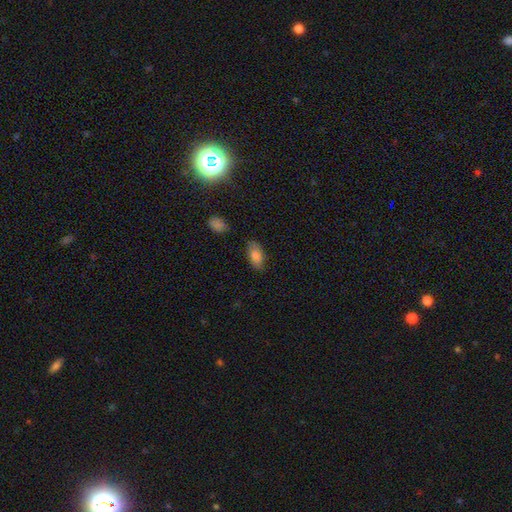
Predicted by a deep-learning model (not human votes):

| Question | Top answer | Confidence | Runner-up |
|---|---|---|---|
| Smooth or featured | smooth | 84% | featured or disk (9%) |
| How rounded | in between | 92% | cigar-shaped (5%) |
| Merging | none | 79% | minor disturbance (15%) |